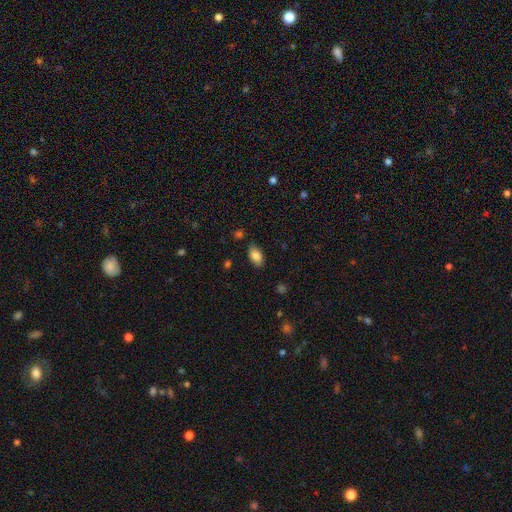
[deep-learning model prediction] This is clearly a smooth galaxy (84%). How rounded: clearly in between (93%). Merging: clearly none (84%).